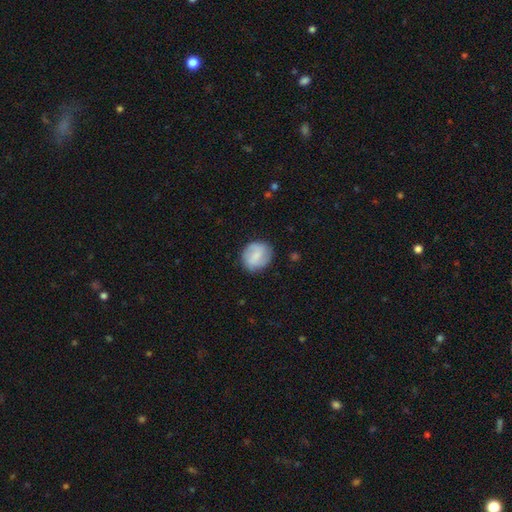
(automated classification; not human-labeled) smooth_or_featured: smooth (p=0.62) [alt: featured or disk p=0.31]
how_rounded: round (p=0.75) [alt: in between p=0.24]
merging: none (p=0.80) [alt: minor disturbance p=0.14]